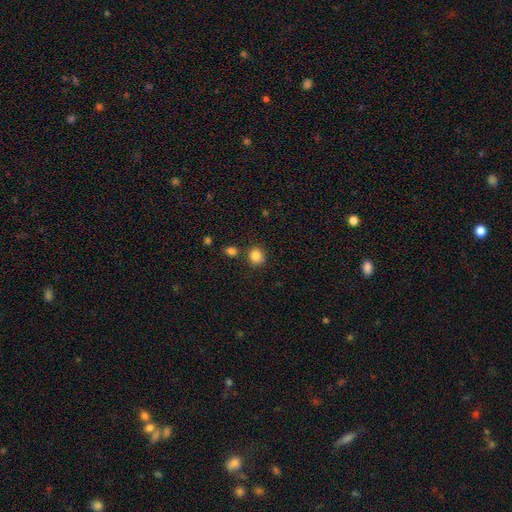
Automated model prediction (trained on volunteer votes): Overall: smooth (85%). How rounded: round (75%). Merging: none (79%).